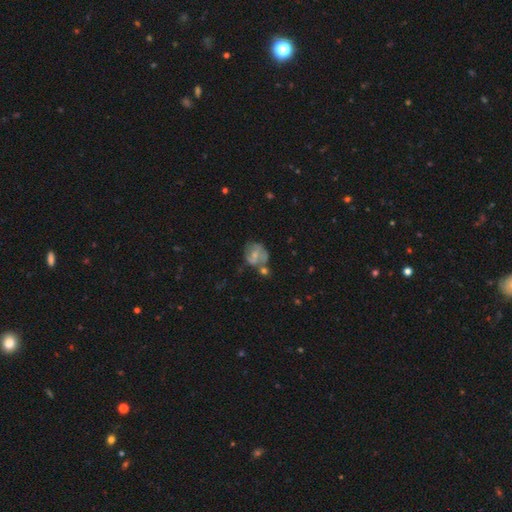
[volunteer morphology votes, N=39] A featured or disk galaxy (64%) with no bar (50%), tight (53%) spiral arms (62%) and a small central bulge (50%). Merging: none (38%).